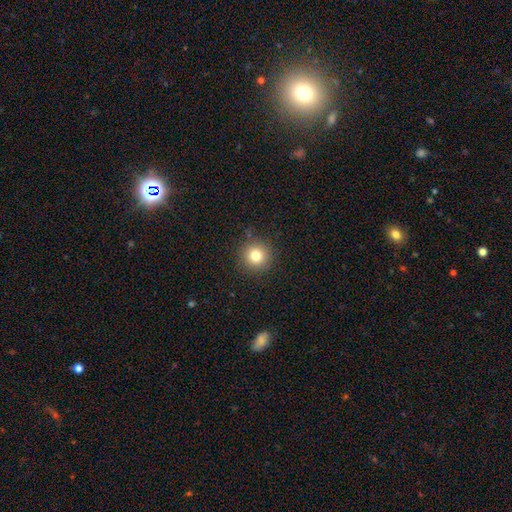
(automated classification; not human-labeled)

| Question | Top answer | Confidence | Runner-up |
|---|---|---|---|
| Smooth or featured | smooth | 80% | star or artifact (12%) |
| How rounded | round | 94% | in between (5%) |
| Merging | none | 89% | minor disturbance (7%) |